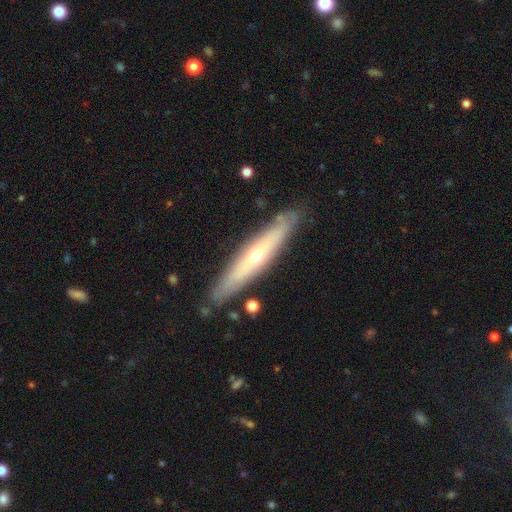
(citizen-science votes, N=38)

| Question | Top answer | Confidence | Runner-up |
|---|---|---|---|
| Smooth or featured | featured or disk | 53% | smooth (39%) |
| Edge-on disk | yes | 100% | — |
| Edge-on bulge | rounded | 75% | none (20%) |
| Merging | none | 77% | minor disturbance (11%) |